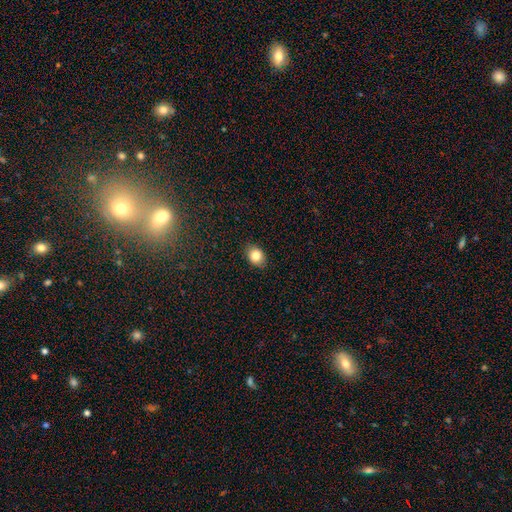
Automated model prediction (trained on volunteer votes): This is clearly a smooth galaxy (83%). How rounded: possibly in between (59%). Merging: clearly none (87%).